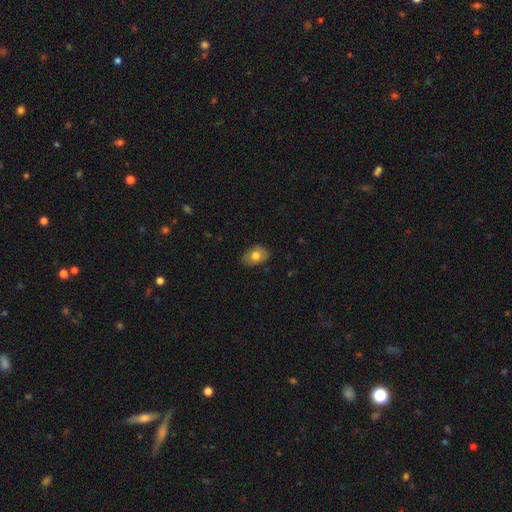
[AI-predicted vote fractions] A smooth galaxy with no disk features (71%) that is in between round and cigar-shaped (80%). Merging: none (78%).